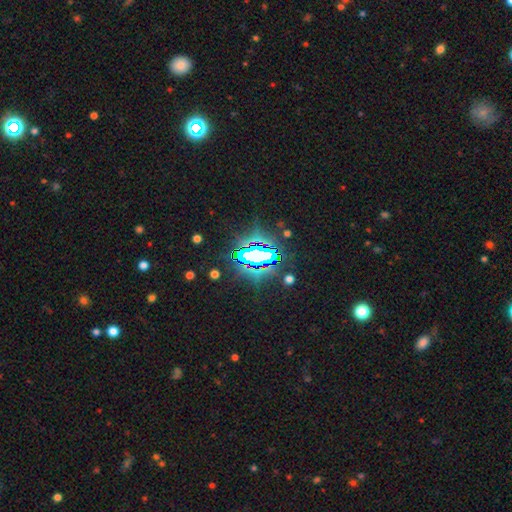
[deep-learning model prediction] Smooth or featured?
  - star or artifact: 74% *
  - smooth: 13%
  - featured or disk: 12%